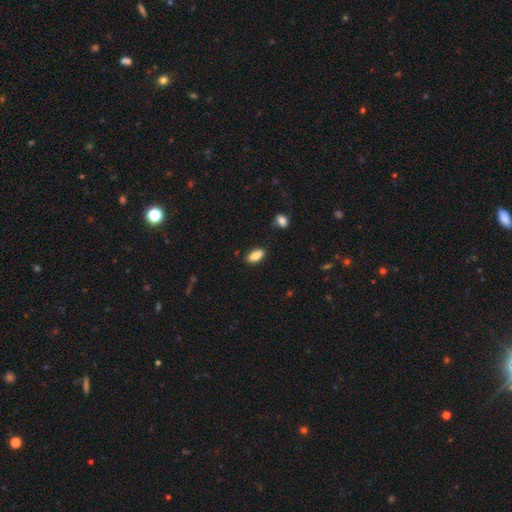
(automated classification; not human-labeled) smooth_or_featured: smooth (p=0.86) [alt: star or artifact p=0.07]
how_rounded: in between (p=0.89) [alt: cigar-shaped p=0.08]
merging: none (p=0.84) [alt: minor disturbance p=0.12]